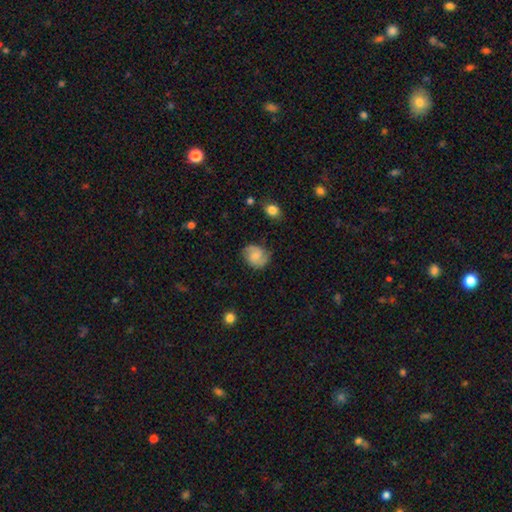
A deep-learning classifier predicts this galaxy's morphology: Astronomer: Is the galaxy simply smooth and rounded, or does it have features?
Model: featured or disk — 47% (runner-up: smooth, 45%).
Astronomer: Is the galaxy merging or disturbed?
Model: none — 73%.